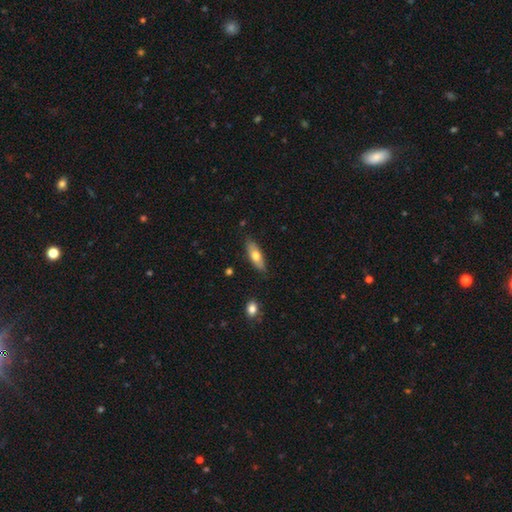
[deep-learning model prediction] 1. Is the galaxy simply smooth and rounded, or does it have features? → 66% smooth, 28% featured or disk, 6% star or artifact.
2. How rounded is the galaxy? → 61% in between, 36% cigar-shaped, 3% round.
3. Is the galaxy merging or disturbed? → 82% none, 14% minor disturbance, 2% major disturbance, 2% merger.